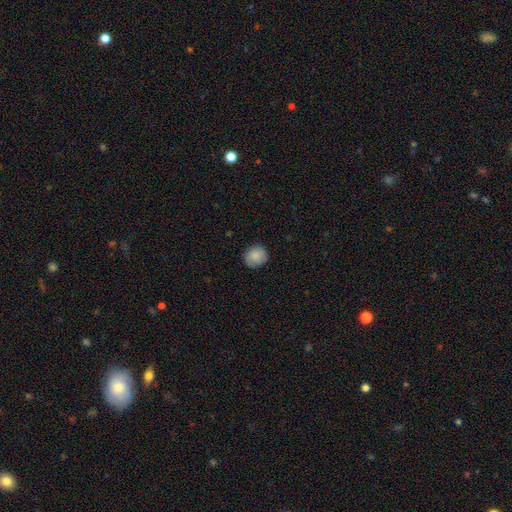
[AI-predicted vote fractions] The model was most divided on "how rounded": round: 80%, in between: 19%, cigar-shaped: 1%. More confident: smooth or featured — smooth (87%); merging — none (85%).